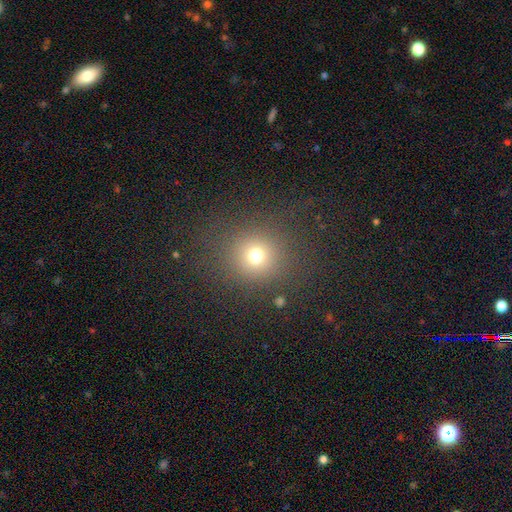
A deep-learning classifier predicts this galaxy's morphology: Smooth or featured?
  - smooth: 64% *
  - star or artifact: 28%
  - featured or disk: 7%
How rounded?
  - round: 88% *
  - in between: 11%
  - cigar-shaped: 1%
Merging?
  - none: 86% *
  - minor disturbance: 8%
  - major disturbance: 4%
  - merger: 2%